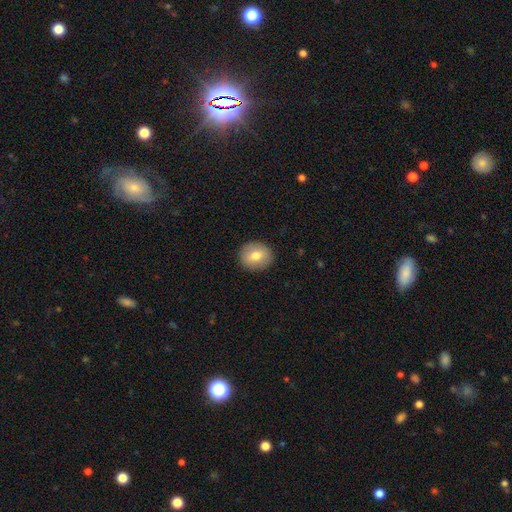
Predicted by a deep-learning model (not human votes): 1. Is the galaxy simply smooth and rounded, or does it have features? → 75% smooth, 17% featured or disk, 7% star or artifact.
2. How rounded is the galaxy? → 72% round, 27% in between, 1% cigar-shaped.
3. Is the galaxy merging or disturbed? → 90% none, 7% minor disturbance, 2% major disturbance, 1% merger.